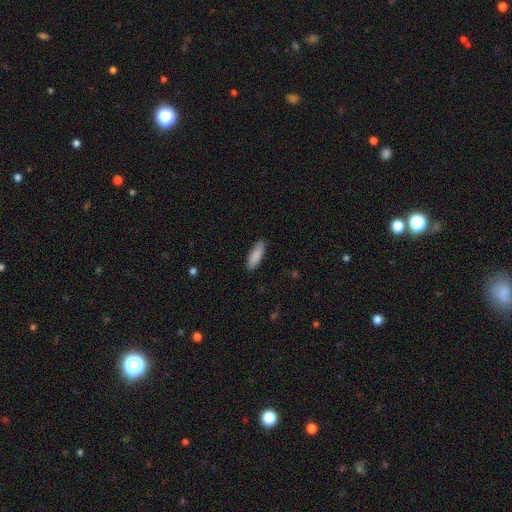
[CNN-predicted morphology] This appears to be a smooth galaxy with no disk features (88%) that is in between round and cigar-shaped (59%). Merging: none (88%).